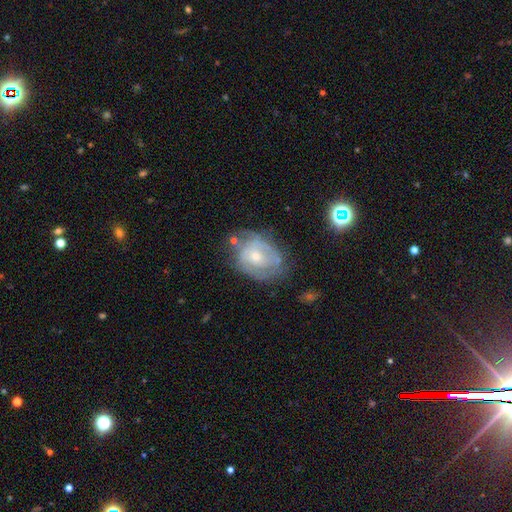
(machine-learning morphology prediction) A featured or disk galaxy (71%) with no bar (69%), tight (56%) spiral arms (76%) and a small central bulge (53%).

Vote fractions:
- Smooth or featured? featured or disk: 71% / smooth: 22% / star or artifact: 7%
- Edge-on disk? no: 97% / yes: 3%
- Bar? no: 69% / weak: 27% / strong: 4%
- Spiral arms? yes: 76% / no: 24%
- Spiral winding? tight: 56% / medium: 33% / loose: 11%
- Spiral arm count? can't tell: 43% / 2: 34% / 3: 10% / 1: 7% / 4: 3% / more than 4: 3%
- Bulge size? small: 53% / moderate: 42% / large: 2% / none: 2% / dominant: 1%
- Merging? none: 53% / minor disturbance: 28% / major disturbance: 14% / merger: 5%